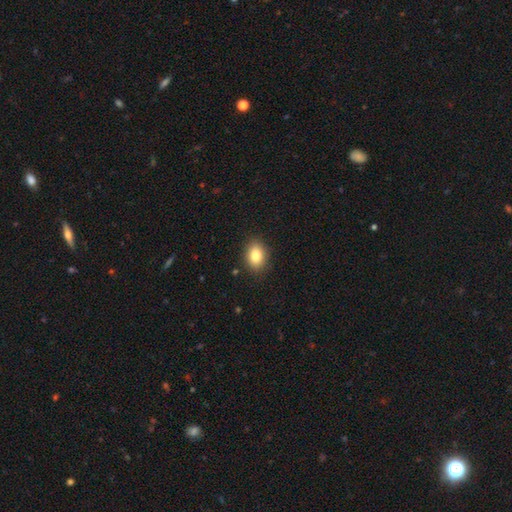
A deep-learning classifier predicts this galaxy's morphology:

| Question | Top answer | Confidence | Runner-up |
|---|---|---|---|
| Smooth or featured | smooth | 82% | star or artifact (9%) |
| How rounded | in between | 75% | round (24%) |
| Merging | none | 88% | minor disturbance (8%) |